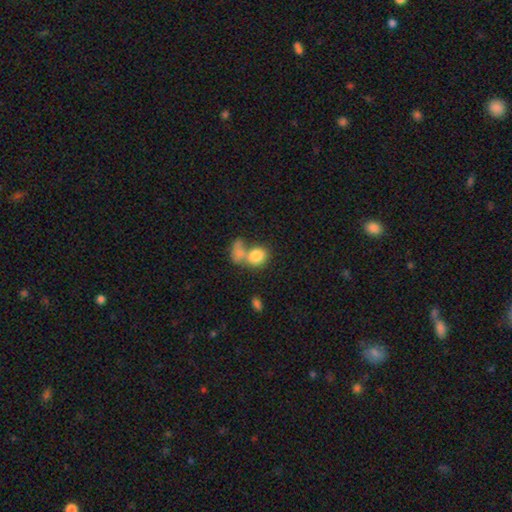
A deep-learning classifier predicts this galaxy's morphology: Q: Smooth or featured?
A: smooth (81%); runner-up: featured or disk (11%)
Q: How rounded?
A: round (53%); runner-up: in between (45%)
Q: Merging?
A: merger (55%); runner-up: none (28%)